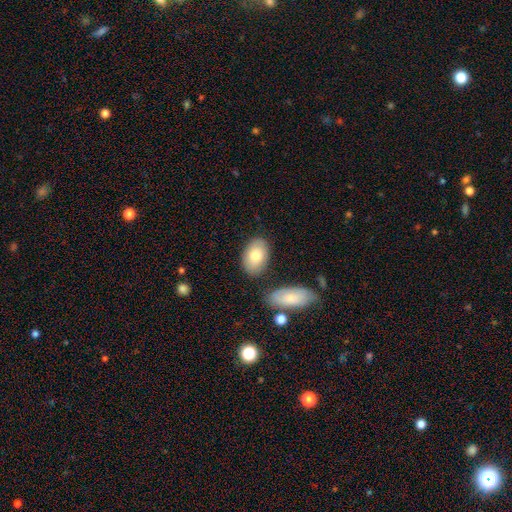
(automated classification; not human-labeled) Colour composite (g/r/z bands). It shows a smooth galaxy with no disk features (78%) that is in between round and cigar-shaped (89%). Merging: none (79%).